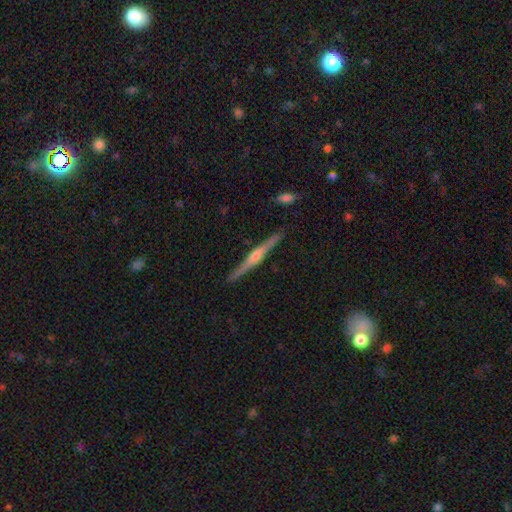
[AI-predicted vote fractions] Overall: featured or disk (83%). Edge-on disk: yes (98%). Edge-on bulge: rounded (84%). Merging: none (91%).